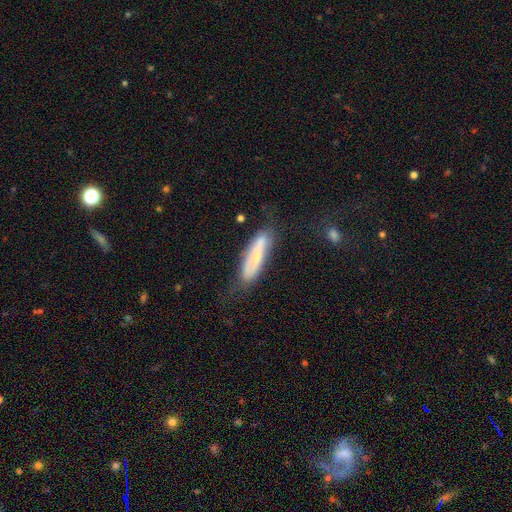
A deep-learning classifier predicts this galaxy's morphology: Smooth or featured?
  - smooth: 48% *
  - featured or disk: 45%
  - star or artifact: 7%
Merging?
  - none: 64% *
  - minor disturbance: 23%
  - major disturbance: 9%
  - merger: 3%